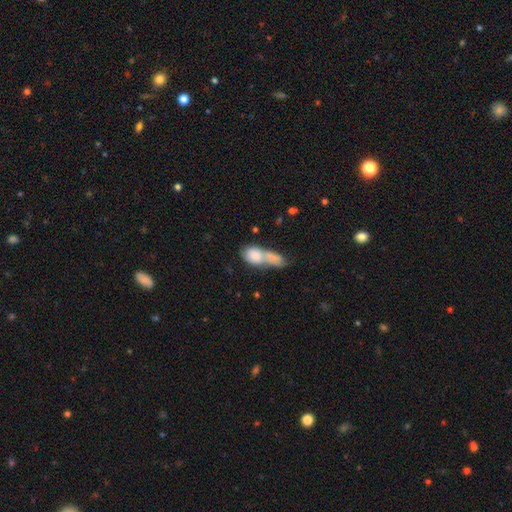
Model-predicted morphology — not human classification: smooth_or_featured: smooth (p=0.80) [alt: featured or disk p=0.14]
how_rounded: in between (p=0.79) [alt: round p=0.15]
merging: merger (p=0.71) [alt: none p=0.16]